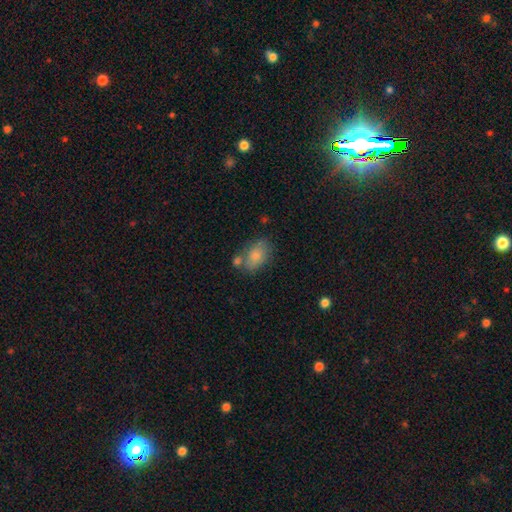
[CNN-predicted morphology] This is likely a smooth galaxy (79%). How rounded: clearly in between (86%). Merging: possibly none (56%).